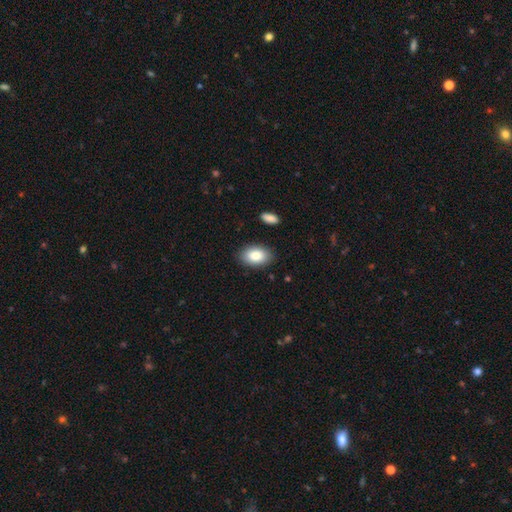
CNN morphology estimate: type=smooth (86%); roundness=in between (91%); merging=none (87%).